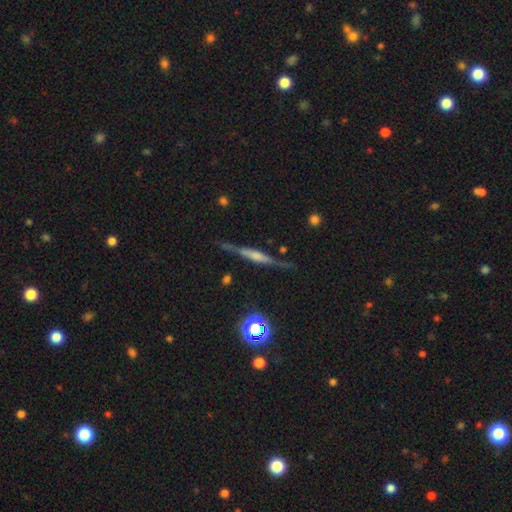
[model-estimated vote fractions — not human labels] Smooth or featured? featured or disk (71%)
Edge-on disk? yes (96%)
Edge-on bulge? boxy (46%)
Merging? none (80%)